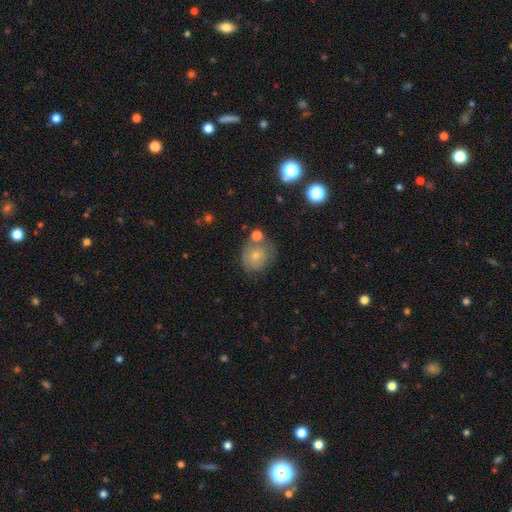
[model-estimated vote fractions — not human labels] Smooth or featured: smooth — 70% (featured or disk — 21%)
How rounded: round — 81% (in between — 18%)
Merging: none — 55% (minor disturbance — 21%)